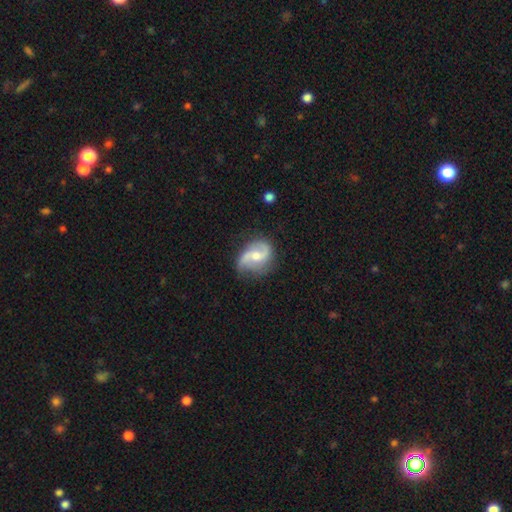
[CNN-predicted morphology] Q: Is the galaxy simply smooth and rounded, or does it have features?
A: featured or disk — 80%.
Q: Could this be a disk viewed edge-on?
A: no — 97%.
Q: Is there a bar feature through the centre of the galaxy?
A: weak — 46%.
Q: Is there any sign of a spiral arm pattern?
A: yes — 95%.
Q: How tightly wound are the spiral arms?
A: loose — 50%.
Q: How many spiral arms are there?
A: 2 — 88%.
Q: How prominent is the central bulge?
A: moderate — 62%.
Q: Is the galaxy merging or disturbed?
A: none — 66%.